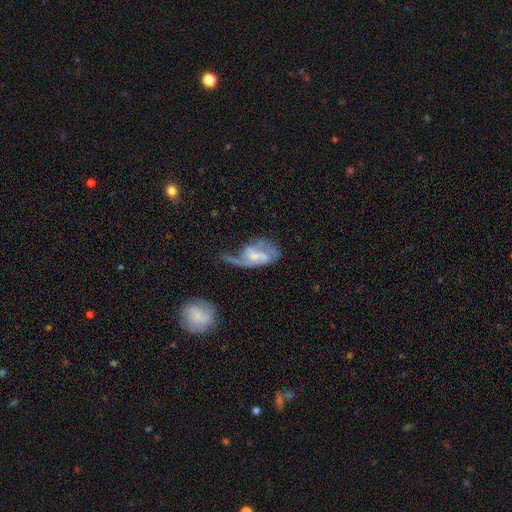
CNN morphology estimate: The model was most divided on "bar": weak: 44%, no: 42%, strong: 14%. Remaining: edge-on disk — no (96%); spiral arms — yes (79%); smooth or featured — featured or disk (71%); spiral arm count — 2 (55%); spiral winding — loose (49%); merging — major disturbance (43%); bulge size — small (40%).